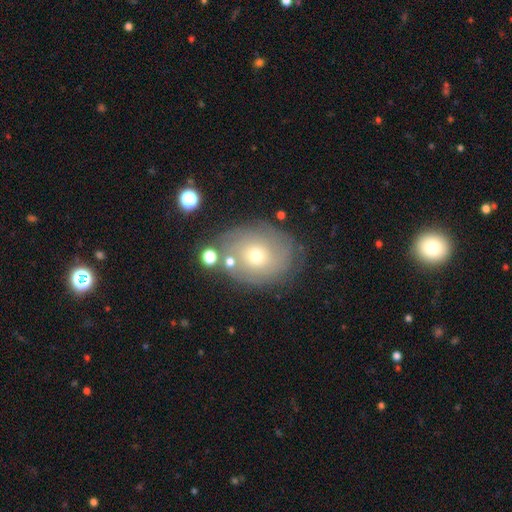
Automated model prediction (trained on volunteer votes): Smooth or featured?
  - featured or disk: 48% *
  - smooth: 39%
  - star or artifact: 13%
Merging?
  - none: 70% *
  - minor disturbance: 17%
  - major disturbance: 7%
  - merger: 6%